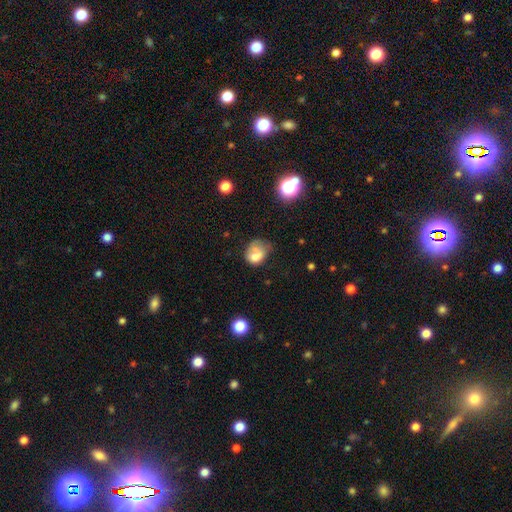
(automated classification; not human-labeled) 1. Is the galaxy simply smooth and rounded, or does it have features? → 64% smooth, 24% featured or disk, 12% star or artifact.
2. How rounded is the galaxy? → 57% in between, 42% round, 1% cigar-shaped.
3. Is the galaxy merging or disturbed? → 27% minor disturbance, 25% none, 25% major disturbance, 22% merger.